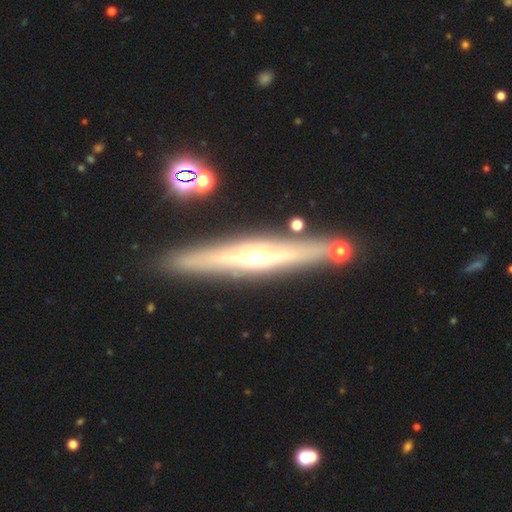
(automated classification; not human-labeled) Smooth or featured?
  - featured or disk: 73% *
  - smooth: 19%
  - star or artifact: 8%
Edge-on disk?
  - yes: 92% *
  - no: 8%
Edge-on bulge?
  - rounded: 80% *
  - none: 15%
  - boxy: 4%
Merging?
  - none: 85% *
  - minor disturbance: 9%
  - merger: 4%
  - major disturbance: 2%